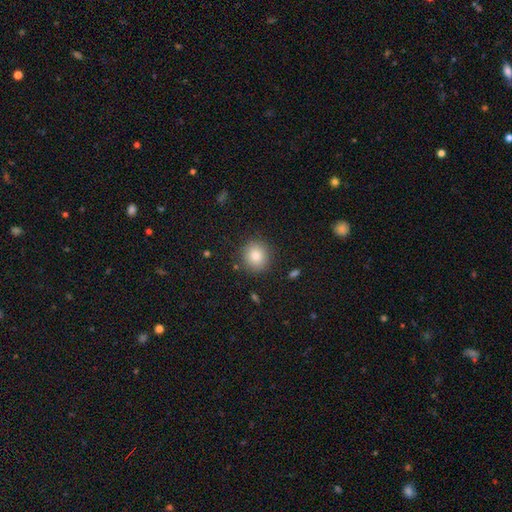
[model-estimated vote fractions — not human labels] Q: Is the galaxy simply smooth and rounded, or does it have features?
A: smooth — 84%.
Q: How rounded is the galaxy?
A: round — 88%.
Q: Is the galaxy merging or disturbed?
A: none — 88%.